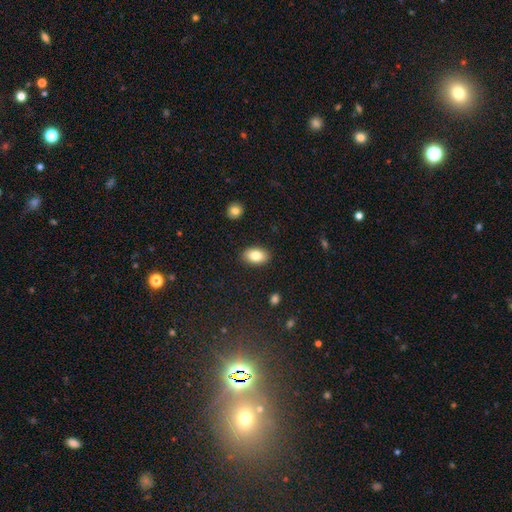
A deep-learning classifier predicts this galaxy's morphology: Smooth or featured? smooth (84%)
How rounded? in between (91%)
Merging? none (88%)